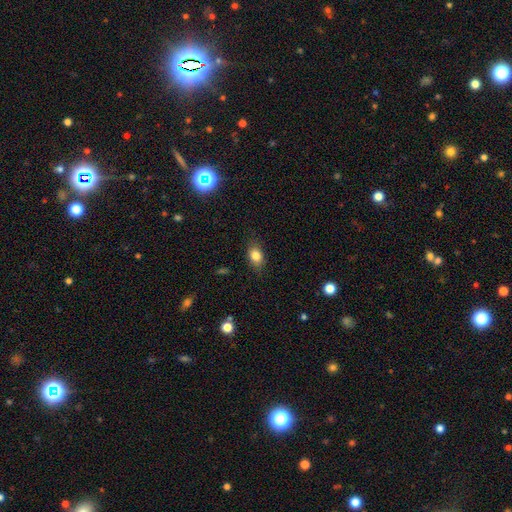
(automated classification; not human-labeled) Overall: smooth (83%). How rounded: in between (77%). Merging: none (82%).